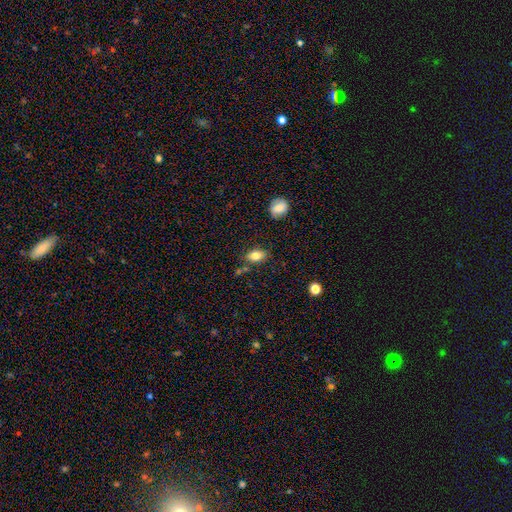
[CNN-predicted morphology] type=smooth (80%); roundness=in between (84%); merging=none (76%).